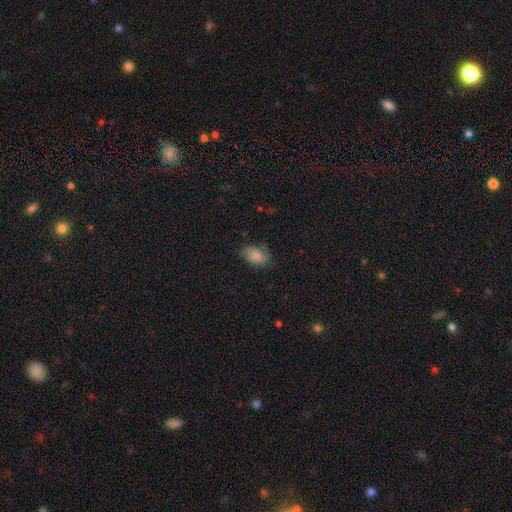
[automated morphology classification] smooth_or_featured: smooth (p=0.85) [alt: star or artifact p=0.08]
how_rounded: in between (p=0.88) [alt: round p=0.11]
merging: none (p=0.71) [alt: minor disturbance p=0.23]